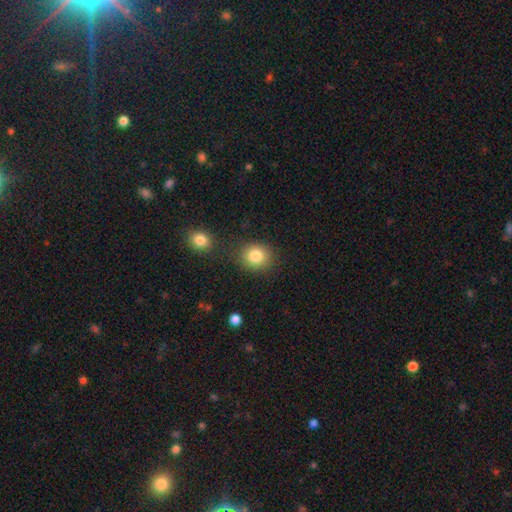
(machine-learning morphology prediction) smooth-or-featured: smooth: 84% | star or artifact: 10% | featured or disk: 6%
  how-rounded: round: 77% | in between: 22% | cigar-shaped: 1%
  merging: none: 80% | minor disturbance: 10% | merger: 7% | major disturbance: 3%